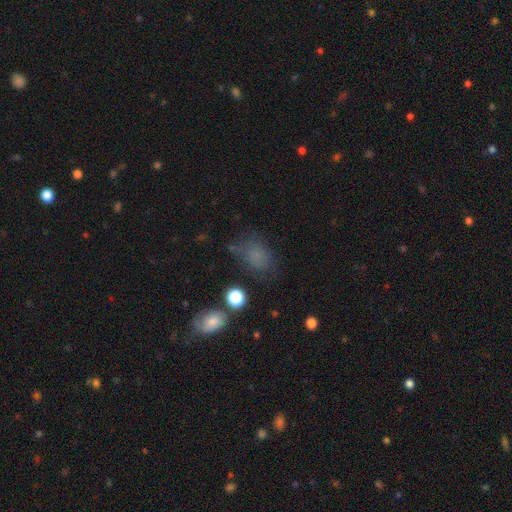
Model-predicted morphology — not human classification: type=smooth (69%); roundness=in between (68%); merging=none (56%).